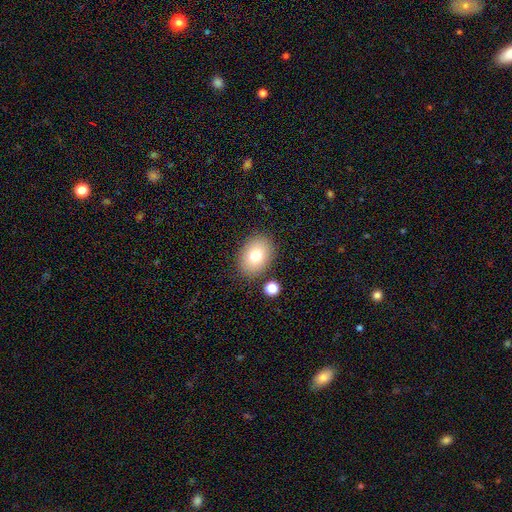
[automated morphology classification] A smooth galaxy with no disk features (77%) that is in between round and cigar-shaped (75%). Merging: none (84%).